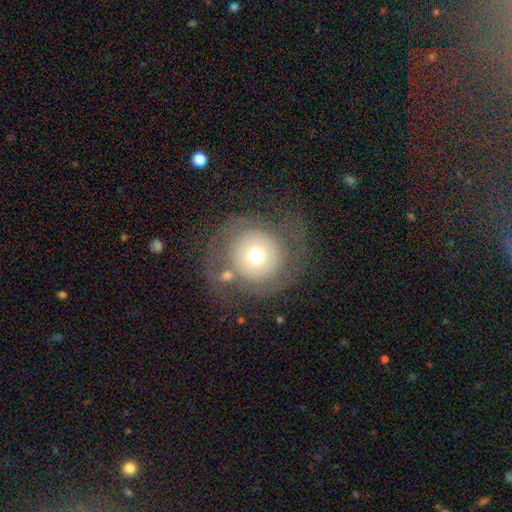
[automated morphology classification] Smooth or featured?
  - smooth: 52% *
  - featured or disk: 38%
  - star or artifact: 11%
How rounded?
  - round: 93% *
  - in between: 6%
  - cigar-shaped: 1%
Merging?
  - none: 63% *
  - major disturbance: 18%
  - minor disturbance: 14%
  - merger: 5%